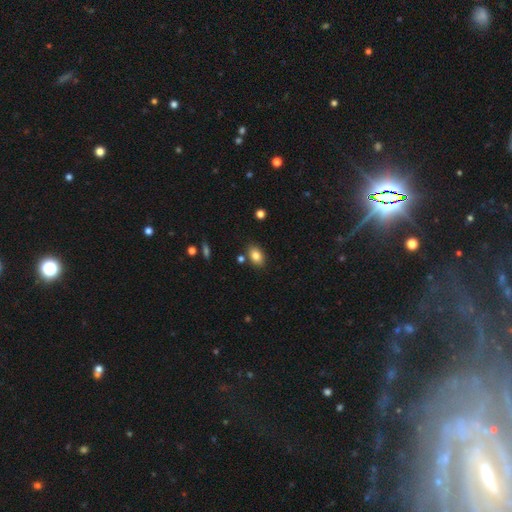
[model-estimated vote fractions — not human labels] Morphology: type=smooth (83%); roundness=in between (83%); merging=none (81%).